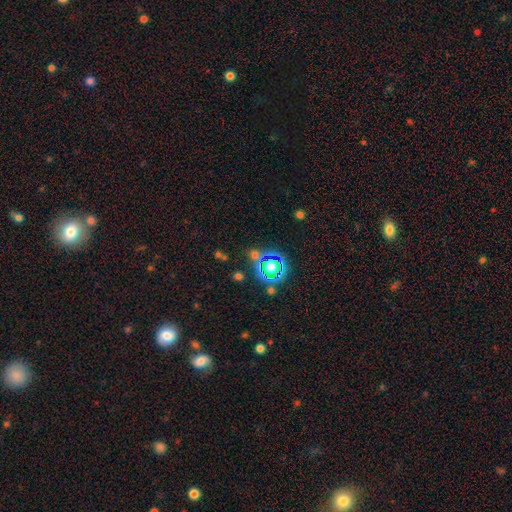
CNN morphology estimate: Smooth or featured? star or artifact (67%)